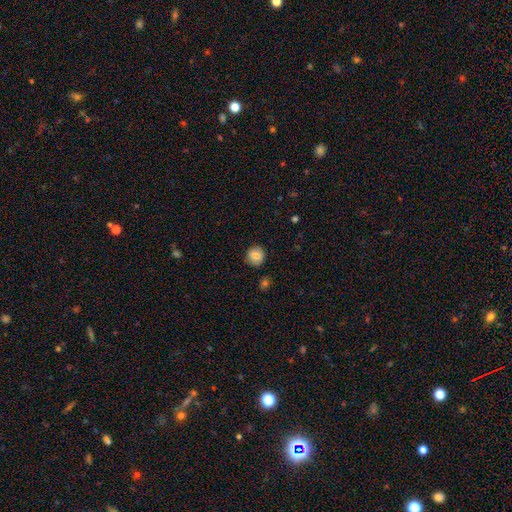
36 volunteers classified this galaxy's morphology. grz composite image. It shows a smooth galaxy with no disk features (81%) that is round (93%). Merging: none (91%).